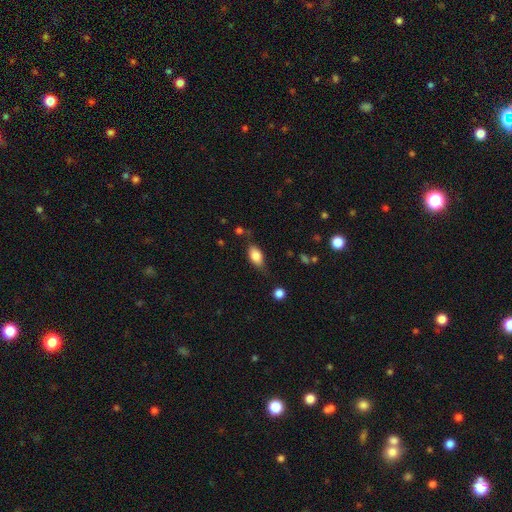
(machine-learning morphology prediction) A smooth galaxy with no disk features (81%) that is in between round and cigar-shaped (88%). Merging: none (67%).